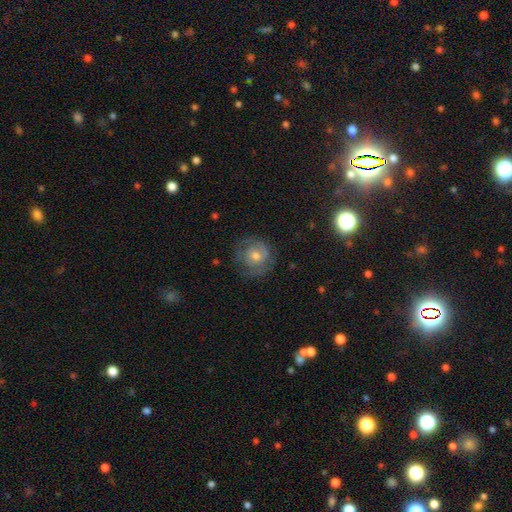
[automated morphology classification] smooth_or_featured: smooth (p=0.49) [alt: featured or disk p=0.43]
merging: none (p=0.67) [alt: minor disturbance p=0.21]